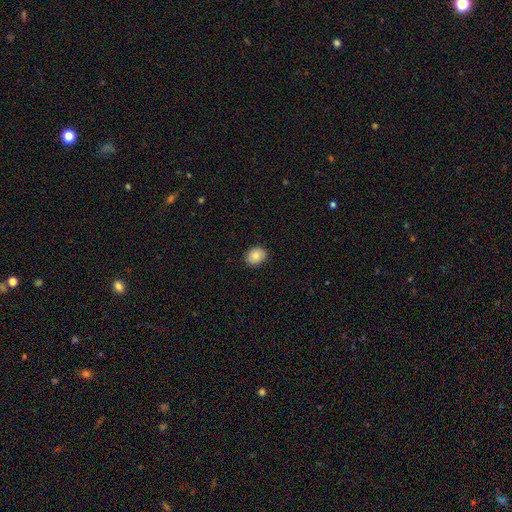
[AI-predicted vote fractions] Smooth or featured? smooth (83%)
How rounded? in between (54%)
Merging? none (88%)